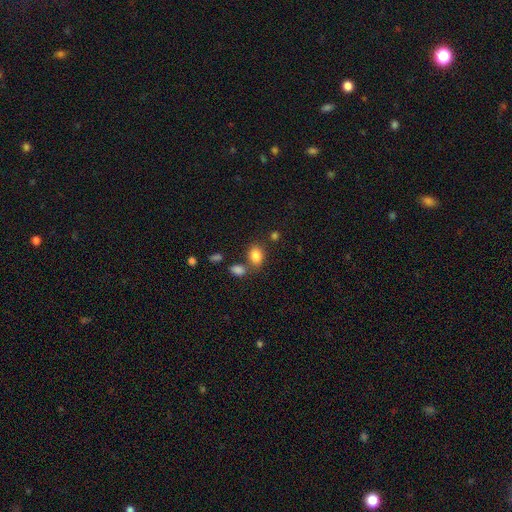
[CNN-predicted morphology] Smooth or featured: smooth — 84% (star or artifact — 10%)
How rounded: in between — 72% (round — 26%)
Merging: none — 62% (merger — 20%)